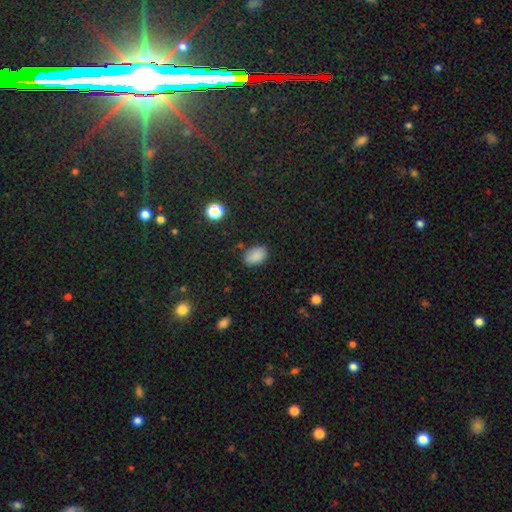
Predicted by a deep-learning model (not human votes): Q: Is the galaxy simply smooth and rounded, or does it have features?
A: smooth — 86%.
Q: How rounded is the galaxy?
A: in between — 86%.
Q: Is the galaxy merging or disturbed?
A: none — 82%.